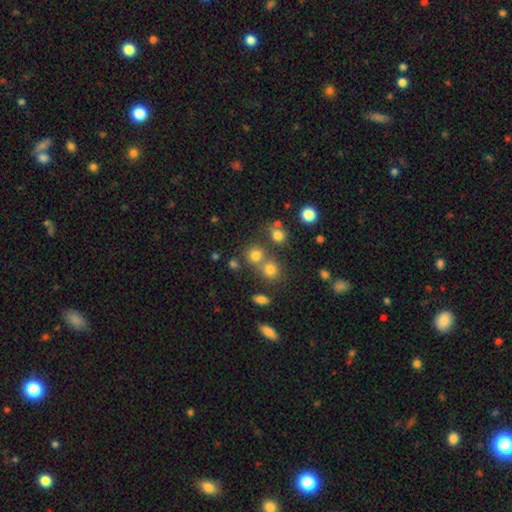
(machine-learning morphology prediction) Smooth or featured? Predicted: smooth (p=0.75). How rounded? Predicted: round (p=0.84). Merging? Predicted: none (p=0.59).